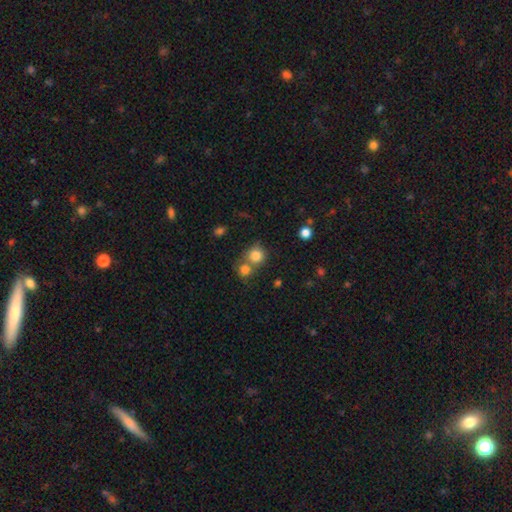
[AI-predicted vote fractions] Smooth or featured? smooth (81%)
How rounded? round (86%)
Merging? none (48%)